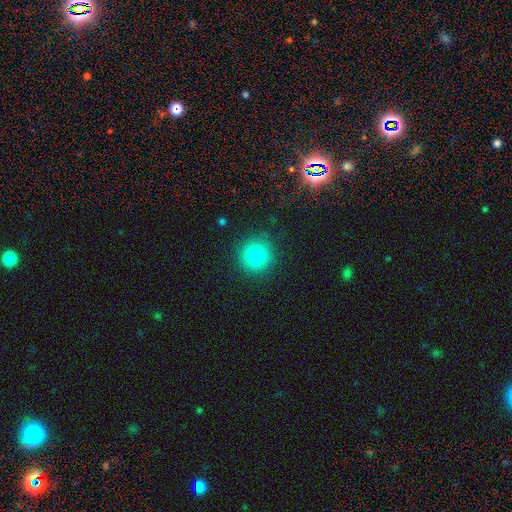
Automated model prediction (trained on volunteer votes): A smooth galaxy with no disk features (82%) that is round (94%).

Vote fractions:
- Smooth or featured? smooth: 82% / star or artifact: 12% / featured or disk: 7%
- How rounded? round: 94% / in between: 5% / cigar-shaped: 1%
- Merging? none: 89% / minor disturbance: 7% / major disturbance: 3% / merger: 1%